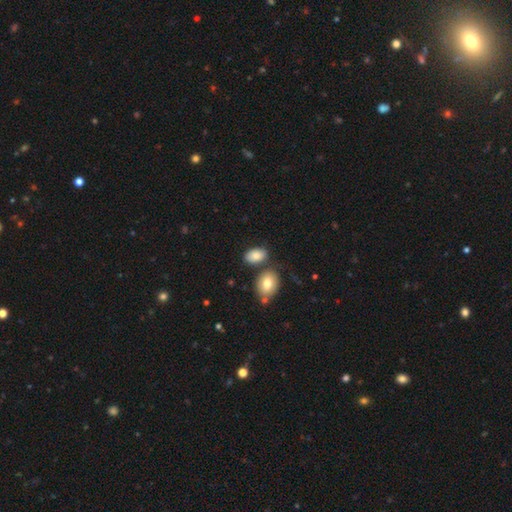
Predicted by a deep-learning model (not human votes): smooth_or_featured: smooth (p=0.83) [alt: featured or disk p=0.09]
how_rounded: in between (p=0.89) [alt: round p=0.10]
merging: none (p=0.66) [alt: merger p=0.17]